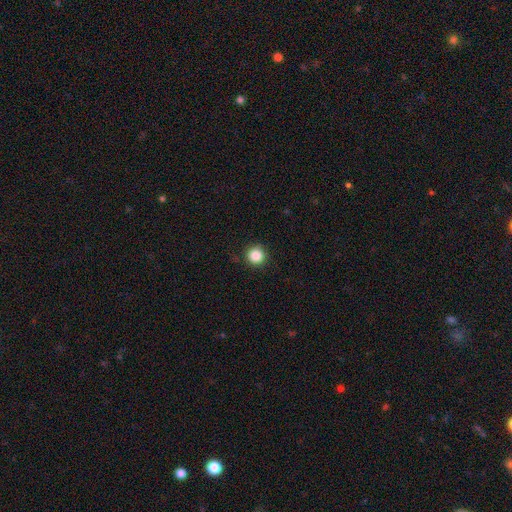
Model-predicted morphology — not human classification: The model was most divided on "smooth or featured": smooth: 86%, star or artifact: 10%, featured or disk: 3%. More confident: how rounded — round (95%); merging — none (90%).